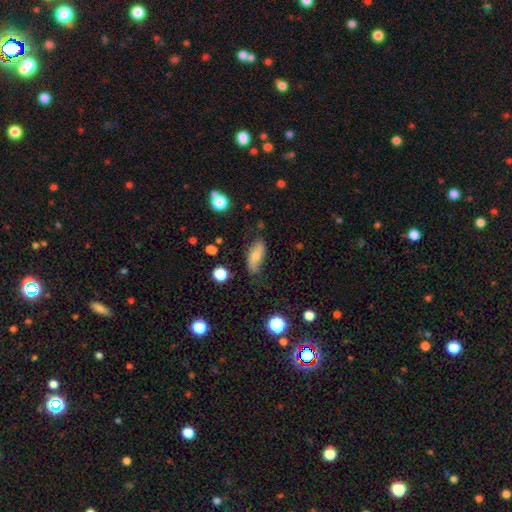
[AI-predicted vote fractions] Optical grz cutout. It shows a smooth galaxy with no disk features (67%) that is in between round and cigar-shaped (77%). Merging: none (62%).